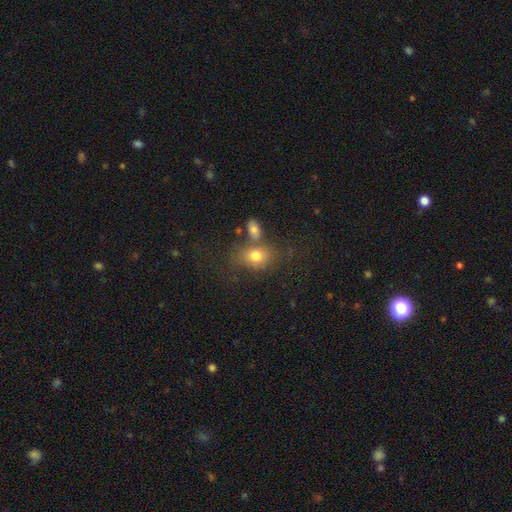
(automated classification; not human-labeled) smooth 75%, featured or disk 13%, star or artifact 12%. Down the decision tree: how rounded — in between (69%); merging — none (52%).